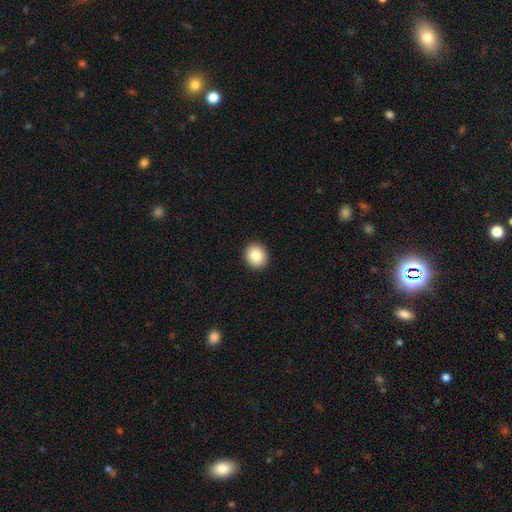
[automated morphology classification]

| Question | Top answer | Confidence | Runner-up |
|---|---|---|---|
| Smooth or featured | smooth | 85% | star or artifact (8%) |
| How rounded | round | 74% | in between (25%) |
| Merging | none | 92% | minor disturbance (5%) |